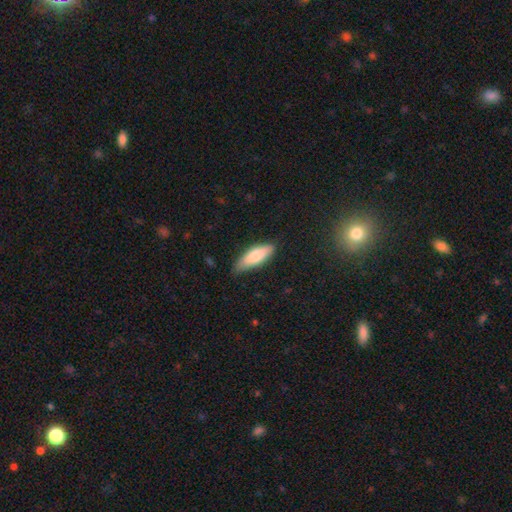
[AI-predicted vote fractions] The model was most divided on "how rounded": in between: 58%, cigar-shaped: 41%, round: 2%. More confident: smooth or featured — smooth (80%); merging — none (78%).